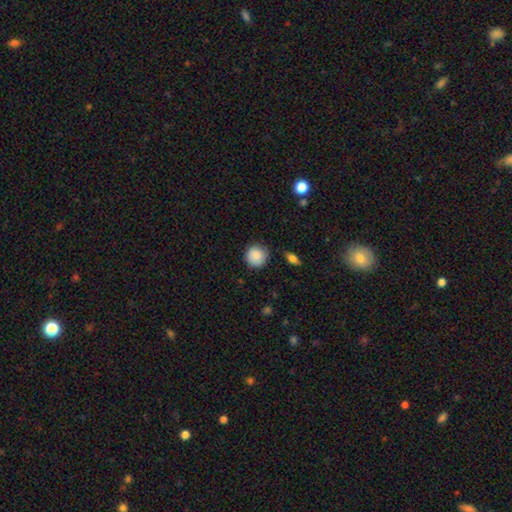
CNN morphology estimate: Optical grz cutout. It shows a smooth galaxy with no disk features (87%) that is round (92%). Merging: none (80%).